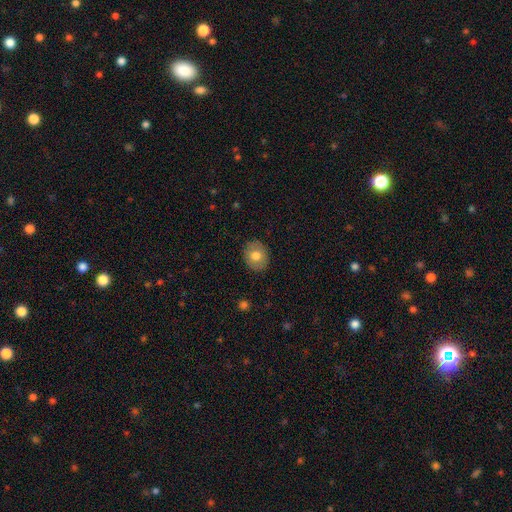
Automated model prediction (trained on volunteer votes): smooth_or_featured: smooth (p=0.75) [alt: featured or disk p=0.17]
how_rounded: round (p=0.64) [alt: in between p=0.35]
merging: none (p=0.88) [alt: minor disturbance p=0.09]